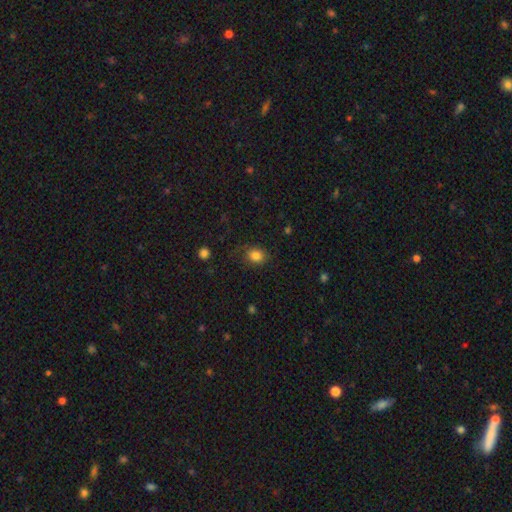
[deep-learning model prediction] This is clearly a smooth galaxy (82%). How rounded: possibly round (53%). Merging: likely none (72%).